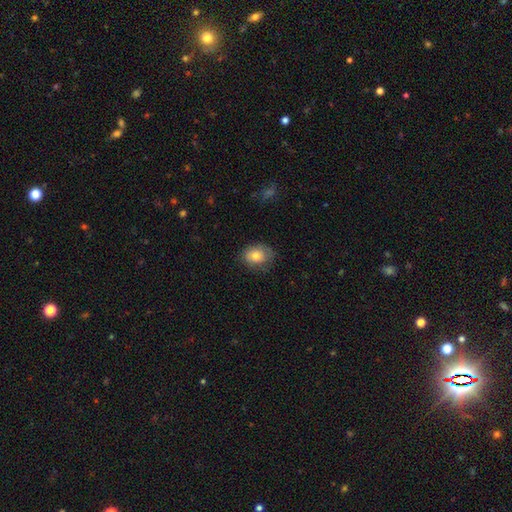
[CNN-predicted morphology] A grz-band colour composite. It shows a smooth galaxy with no disk features (79%) that is in between round and cigar-shaped (68%). Merging: none (71%).